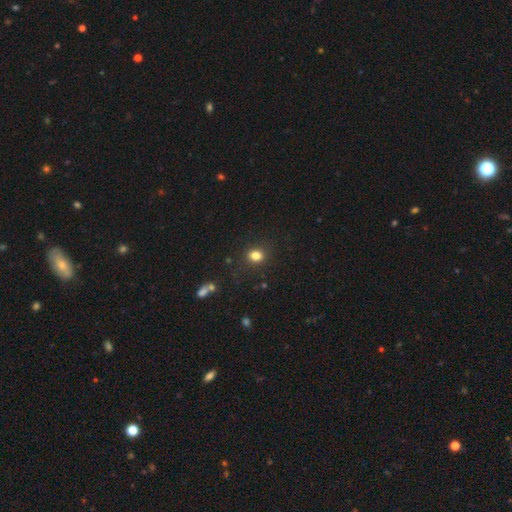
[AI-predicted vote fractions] smooth 82%, star or artifact 12%, featured or disk 6%. Down the decision tree: how rounded — round (50%); merging — none (84%).